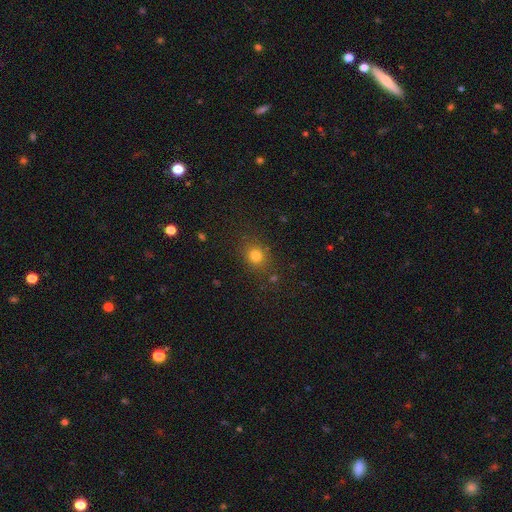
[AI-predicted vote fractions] Smooth or featured? smooth (79%)
How rounded? round (71%)
Merging? none (82%)